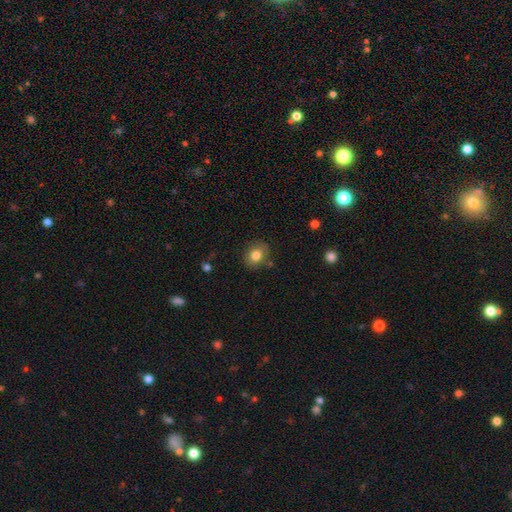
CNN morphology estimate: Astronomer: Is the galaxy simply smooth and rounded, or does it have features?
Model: smooth — 80%.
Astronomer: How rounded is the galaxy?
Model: round — 60% (runner-up: in between, 39%).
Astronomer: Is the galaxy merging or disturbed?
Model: none — 79%.